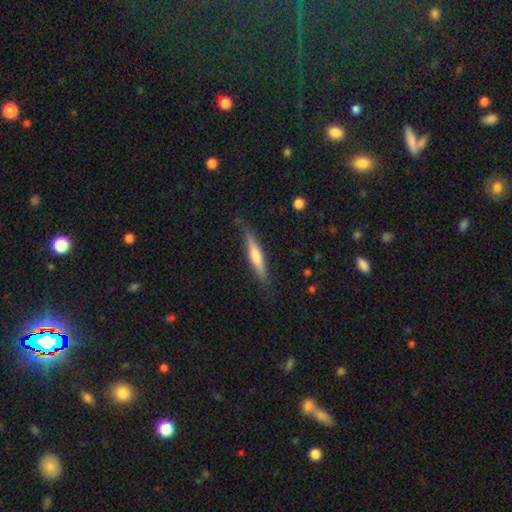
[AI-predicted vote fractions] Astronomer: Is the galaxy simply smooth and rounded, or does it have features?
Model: smooth — 53% (runner-up: featured or disk, 42%).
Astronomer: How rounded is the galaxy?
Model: cigar-shaped — 90%.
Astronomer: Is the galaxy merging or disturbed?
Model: none — 81%.